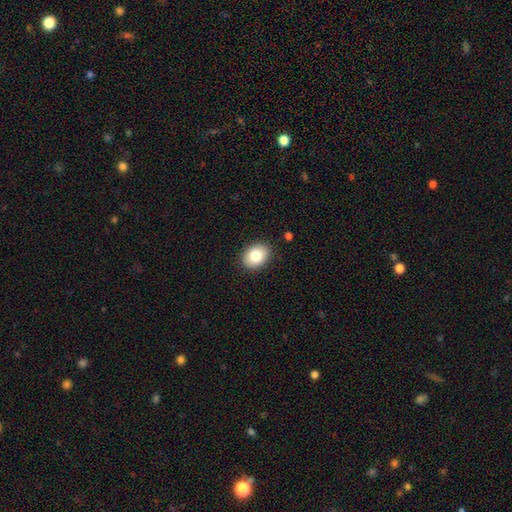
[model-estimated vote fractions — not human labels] Smooth or featured? smooth (82%)
How rounded? in between (69%)
Merging? none (88%)